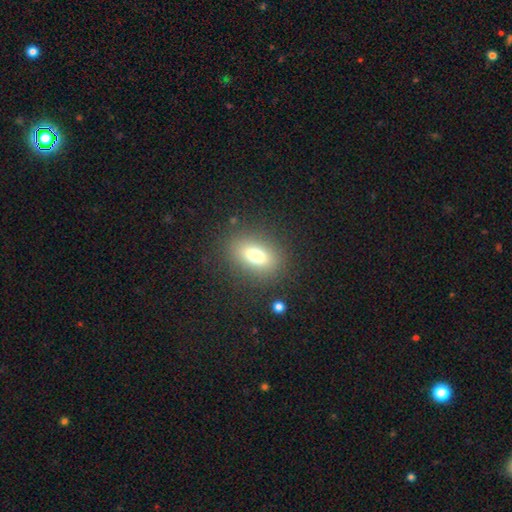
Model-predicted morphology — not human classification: Smooth or featured? smooth (73%)
How rounded? in between (76%)
Merging? none (84%)